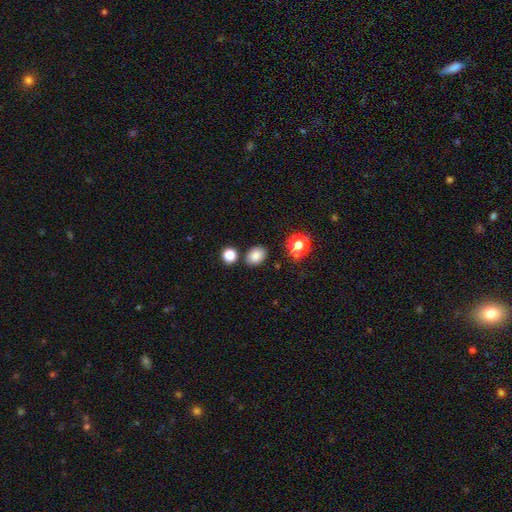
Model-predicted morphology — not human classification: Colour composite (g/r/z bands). It shows a smooth galaxy with no disk features (82%) that is in between round and cigar-shaped (66%). Merging: none (81%).